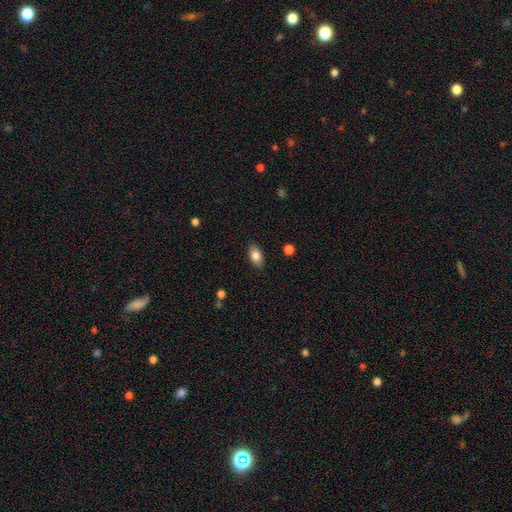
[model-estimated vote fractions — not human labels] Morphology: type=smooth (83%); roundness=in between (90%); merging=none (87%).